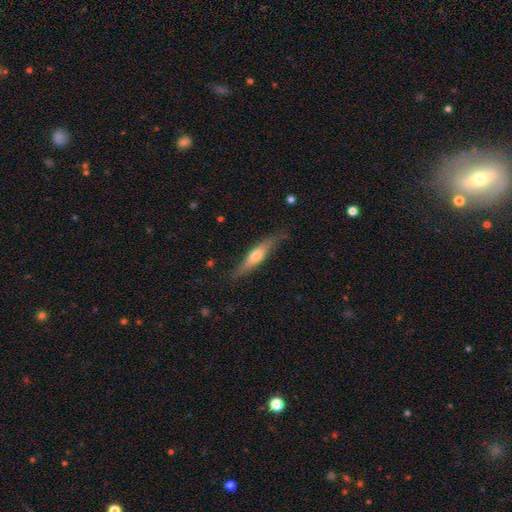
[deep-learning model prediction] smooth-or-featured: featured or disk: 50% | smooth: 44% | star or artifact: 6%
  merging: none: 79% | minor disturbance: 17% | major disturbance: 3% | merger: 1%